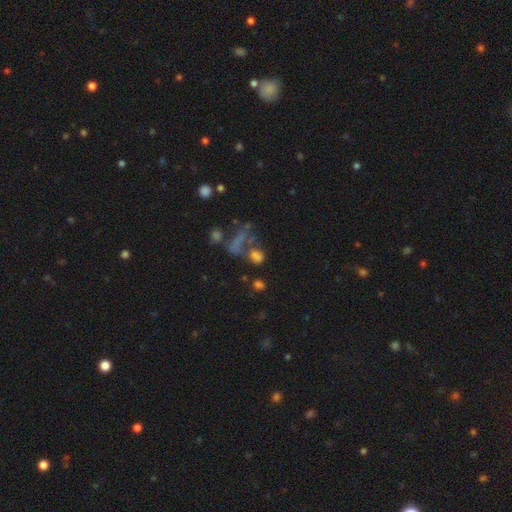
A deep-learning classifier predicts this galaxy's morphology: Overall: smooth (57%; star or artifact 23%). How rounded: in between (51%; round 44%). Merging: merger (35%; none 33%).